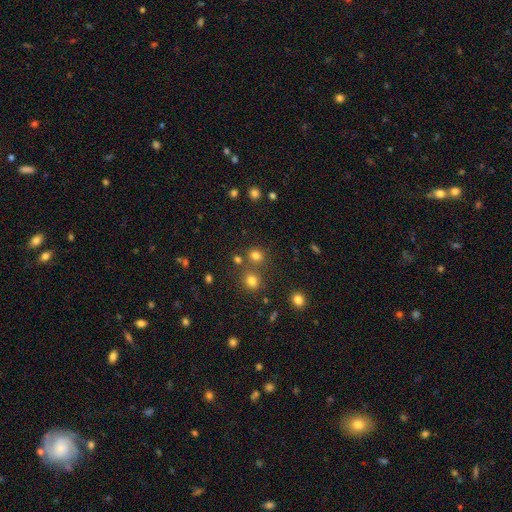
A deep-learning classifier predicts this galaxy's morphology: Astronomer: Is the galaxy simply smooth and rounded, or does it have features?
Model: smooth — 75%.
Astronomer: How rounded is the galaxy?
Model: round — 79%.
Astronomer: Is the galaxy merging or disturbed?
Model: none — 70%.